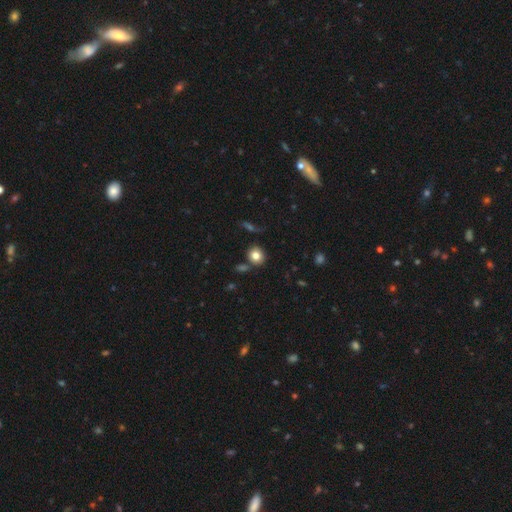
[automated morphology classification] smooth-or-featured: smooth: 80% | star or artifact: 11% | featured or disk: 9%
  how-rounded: round: 80% | in between: 19% | cigar-shaped: 1%
  merging: none: 77% | minor disturbance: 10% | merger: 9% | major disturbance: 3%